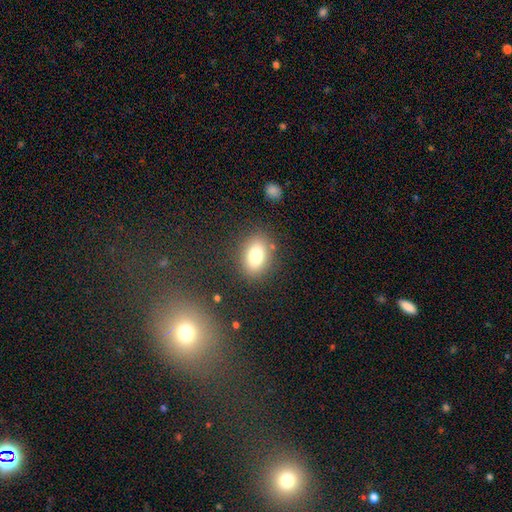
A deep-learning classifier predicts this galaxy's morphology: A smooth galaxy with no disk features (79%) that is in between round and cigar-shaped (77%). Merging: none (83%).